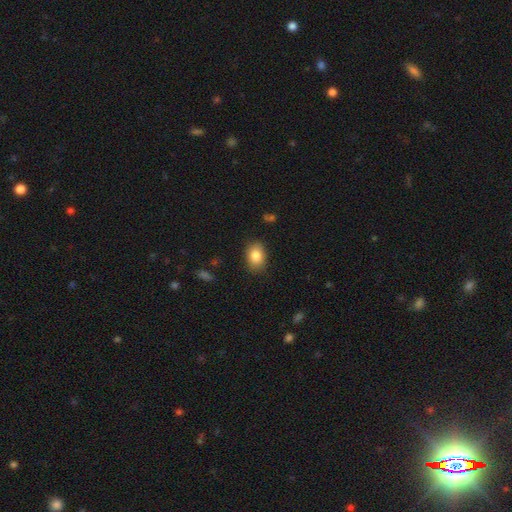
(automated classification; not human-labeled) Smooth or featured: smooth — 85% (star or artifact — 8%)
How rounded: in between — 77% (round — 21%)
Merging: none — 84% (minor disturbance — 12%)